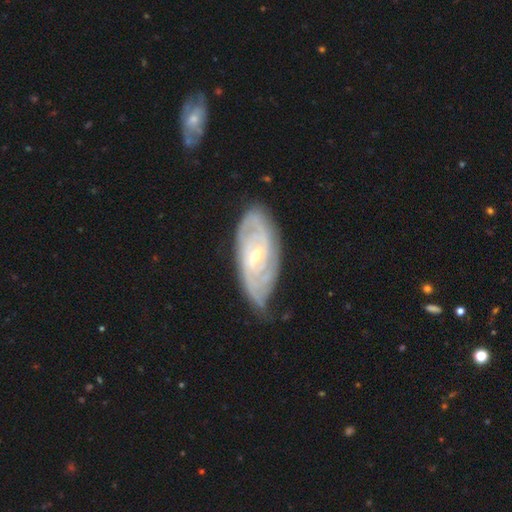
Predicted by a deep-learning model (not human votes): The model was most divided on "spiral arm count": can't tell: 33%, 2: 29%, 3: 17%, 4: 11%, more than 4: 5%, 1: 5%. Remaining: spiral arms — yes (95%); edge-on disk — no (93%); smooth or featured — featured or disk (85%); spiral winding — tight (69%); merging — none (69%); bulge size — small (65%); bar — weak (49%).